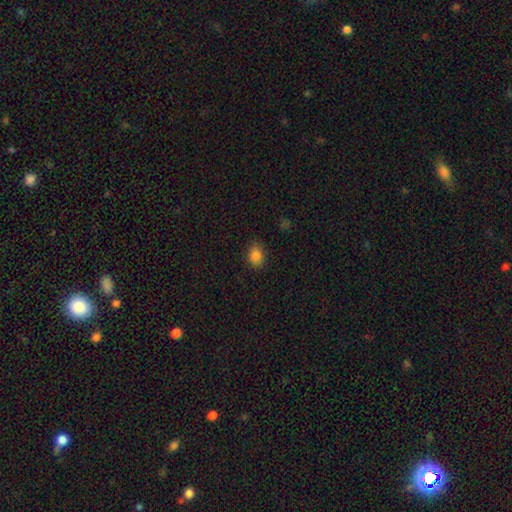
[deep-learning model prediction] The model was most divided on "how rounded": in between: 60%, round: 39%, cigar-shaped: 1%. More confident: smooth or featured — smooth (84%); merging — none (83%).